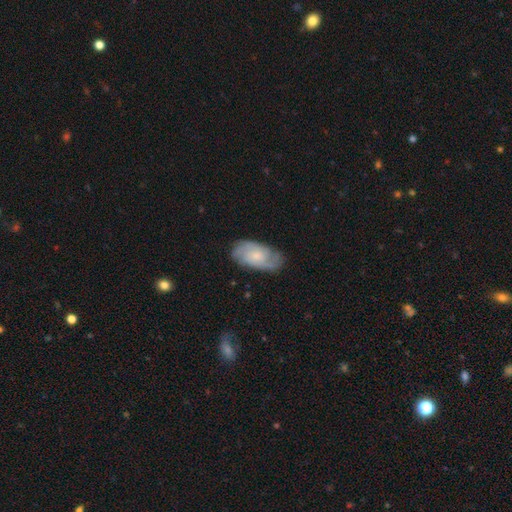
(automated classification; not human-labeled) Smooth or featured: featured or disk — 69% (smooth — 25%)
Edge-on disk: no — 95% (yes — 5%)
Bar: no — 73% (weak — 24%)
Spiral arms: yes — 93% (no — 7%)
Spiral winding: tight — 48% (medium — 40%)
Spiral arm count: 2 — 42% (can't tell — 29%)
Bulge size: small — 54% (moderate — 32%)
Merging: none — 76% (minor disturbance — 18%)